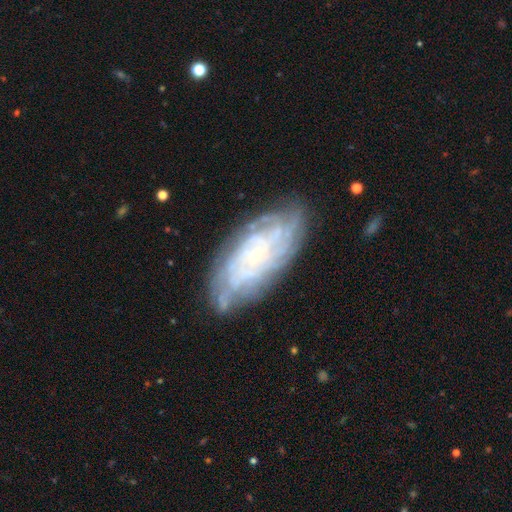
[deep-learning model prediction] The model was most divided on "spiral arm count": can't tell: 42%, 4: 19%, more than 4: 16%, 3: 9%, 2: 8%, 1: 5%. More confident: spiral arms — yes (93%); edge-on disk — no (92%); bulge size — small (82%); smooth or featured — featured or disk (81%); spiral winding — tight (76%); bar — no (76%); merging — none (75%).